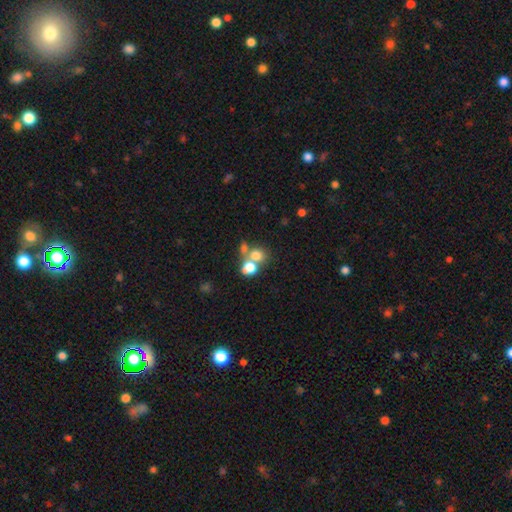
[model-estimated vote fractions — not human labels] Smooth or featured?
  - smooth: 71% *
  - featured or disk: 15%
  - star or artifact: 14%
How rounded?
  - round: 64% *
  - in between: 35%
  - cigar-shaped: 1%
Merging?
  - merger: 52% *
  - none: 35%
  - minor disturbance: 7%
  - major disturbance: 5%